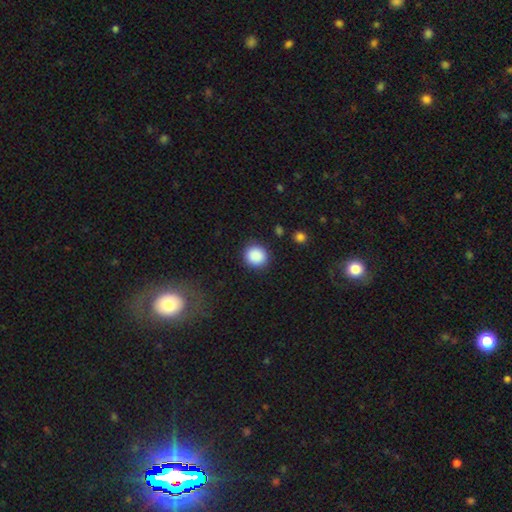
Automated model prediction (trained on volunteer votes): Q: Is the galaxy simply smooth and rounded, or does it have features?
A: smooth — 89%.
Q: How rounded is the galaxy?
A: round — 89%.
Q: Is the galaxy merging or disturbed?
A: none — 90%.